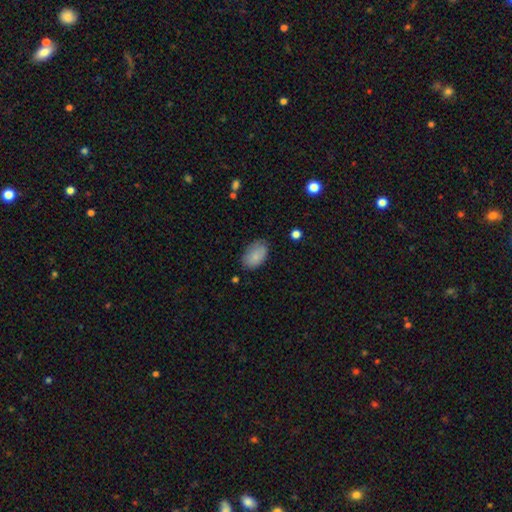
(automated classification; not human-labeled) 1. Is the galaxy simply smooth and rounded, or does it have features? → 82% smooth, 11% featured or disk, 7% star or artifact.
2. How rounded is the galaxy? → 89% in between, 9% round, 1% cigar-shaped.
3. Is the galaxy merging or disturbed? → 72% none, 22% minor disturbance, 5% major disturbance, 2% merger.